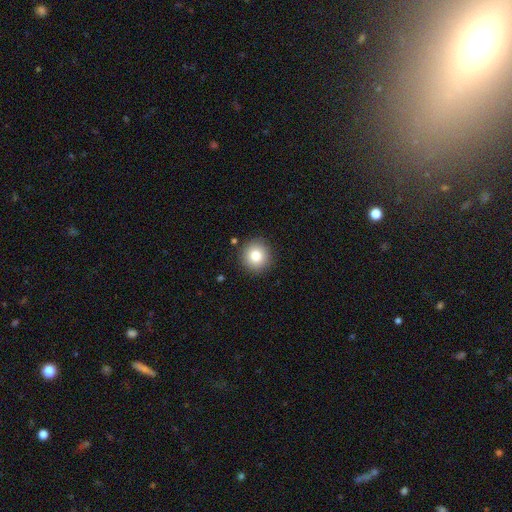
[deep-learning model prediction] Overall: smooth (82%). How rounded: round (93%). Merging: none (90%).